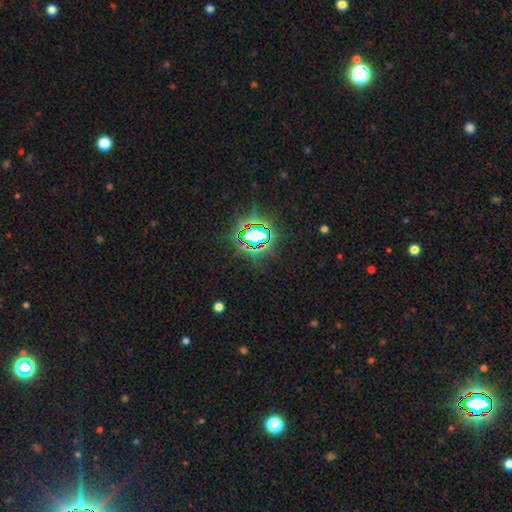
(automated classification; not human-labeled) This is clearly a star or artifact rather than a galaxy (82%).